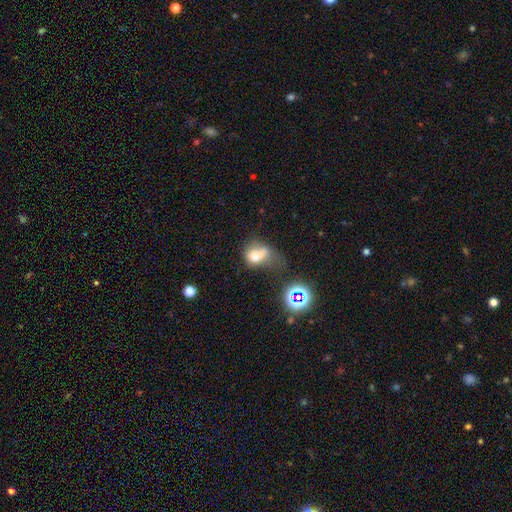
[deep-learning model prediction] smooth_or_featured: smooth (p=0.62) [alt: featured or disk p=0.22]
how_rounded: in between (p=0.52) [alt: round p=0.46]
merging: major disturbance (p=0.32) [alt: merger p=0.29]